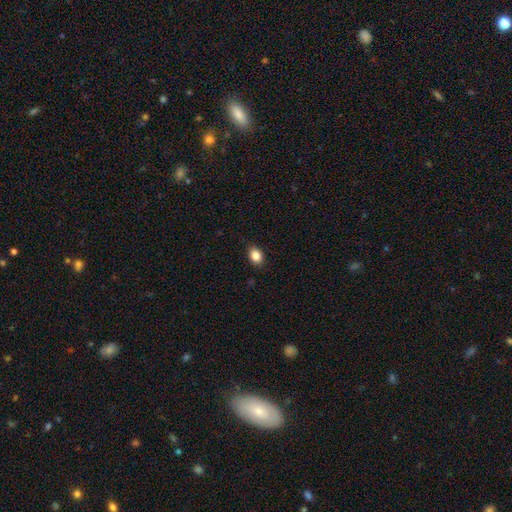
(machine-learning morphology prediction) Smooth or featured? smooth (86%)
How rounded? in between (71%)
Merging? none (87%)